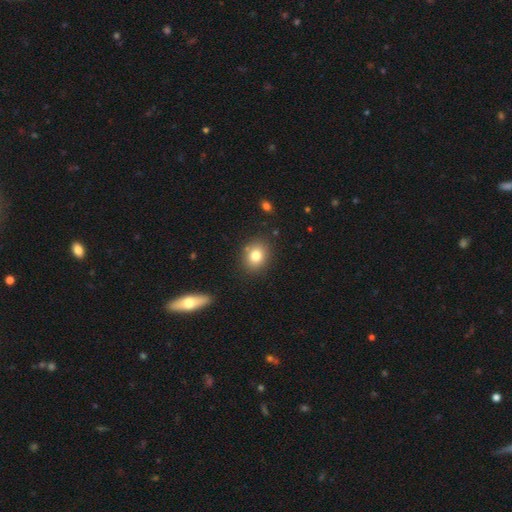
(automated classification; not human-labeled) Smooth or featured? Predicted: smooth (p=0.80). How rounded? Predicted: round (p=0.59). Merging? Predicted: none (p=0.85).